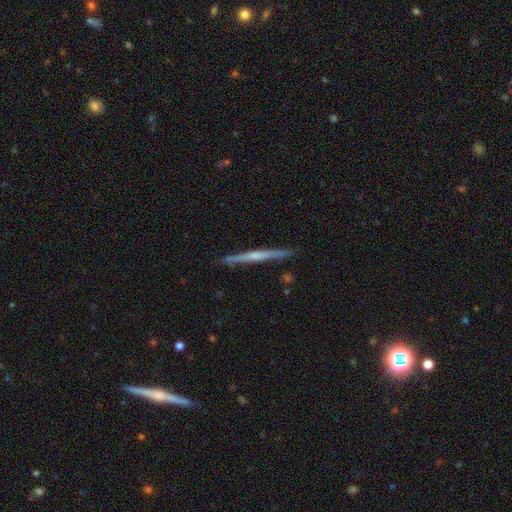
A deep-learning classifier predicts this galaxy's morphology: smooth-or-featured: featured or disk: 69% | smooth: 25% | star or artifact: 6%
  disk-edge-on: yes: 98% | no: 2%
    edge-on-bulge: rounded: 48% | none: 43% | boxy: 9%
  merging: none: 90% | minor disturbance: 8% | merger: 1% | major disturbance: 1%